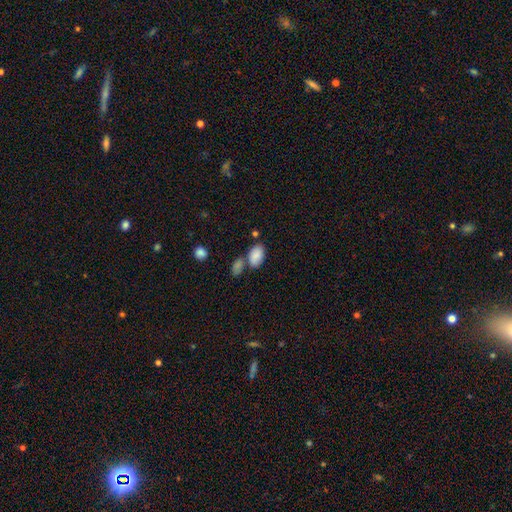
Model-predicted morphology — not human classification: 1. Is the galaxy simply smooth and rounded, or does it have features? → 85% smooth, 8% featured or disk, 7% star or artifact.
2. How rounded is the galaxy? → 92% in between, 6% round, 1% cigar-shaped.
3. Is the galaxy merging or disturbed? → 52% none, 30% merger, 14% minor disturbance, 5% major disturbance.